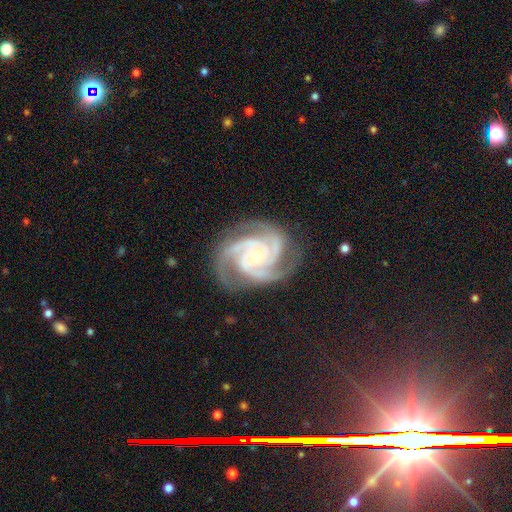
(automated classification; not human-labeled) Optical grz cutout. It shows a featured or disk galaxy (94%) with no bar (74%), 3 (71%) tight (64%) spiral arms (99%) and a small central bulge (63%). Merging: none (78%).